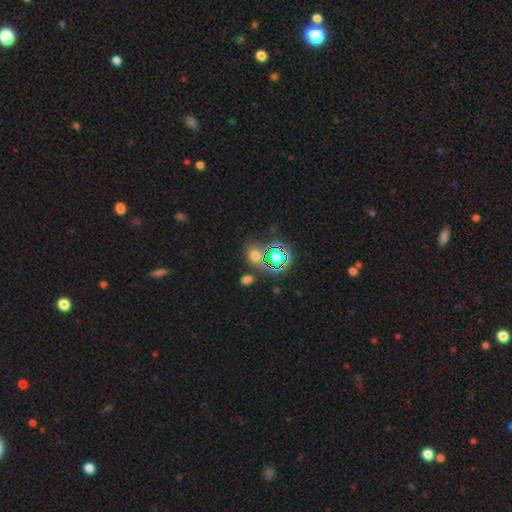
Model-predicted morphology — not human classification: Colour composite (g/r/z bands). It shows a smooth galaxy with no disk features (57%) that is round (52%). Merging: none (69%).